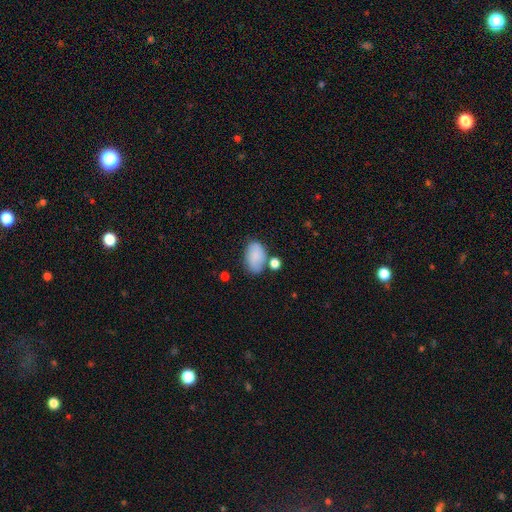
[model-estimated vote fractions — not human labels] Smooth or featured: smooth — 81% (featured or disk — 11%)
How rounded: in between — 89% (round — 9%)
Merging: none — 57% (minor disturbance — 22%)